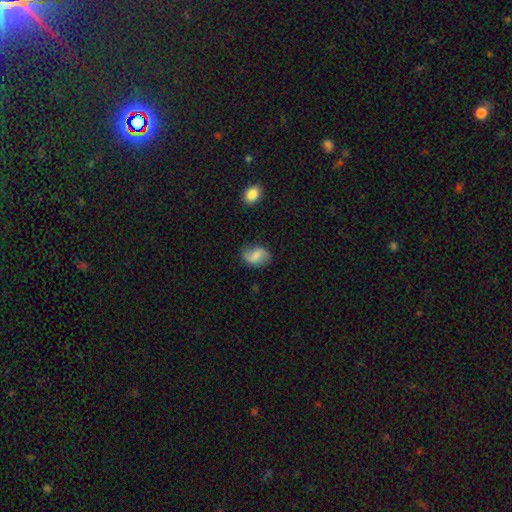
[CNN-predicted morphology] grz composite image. It shows a smooth galaxy with no disk features (57%) that is in between round and cigar-shaped (74%). Merging: none (70%).